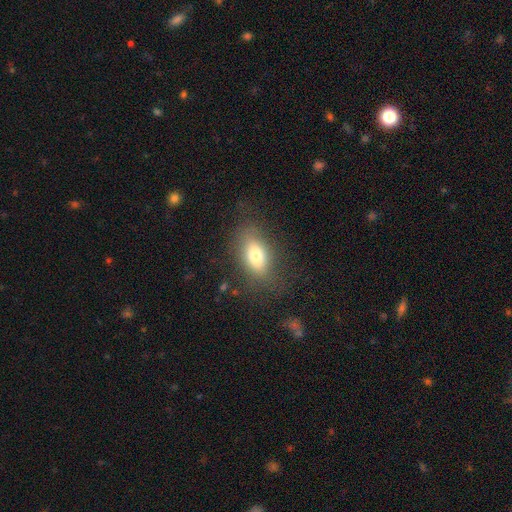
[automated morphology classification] type=smooth (73%); roundness=in between (85%); merging=none (74%).